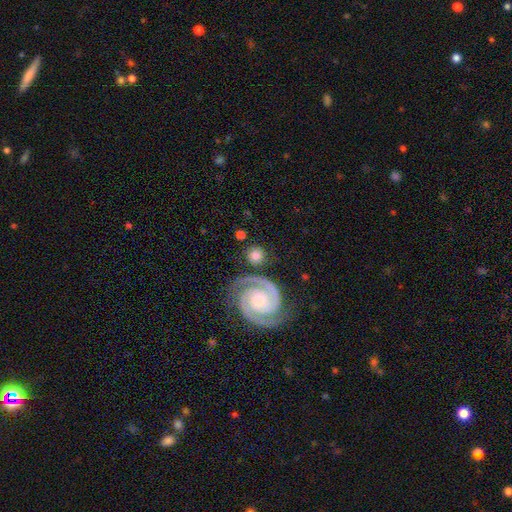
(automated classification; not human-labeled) Q: Smooth or featured?
A: featured or disk (52%); runner-up: smooth (41%)
Q: Edge-on disk?
A: no (96%); runner-up: yes (4%)
Q: Merging?
A: none (79%); runner-up: minor disturbance (10%)